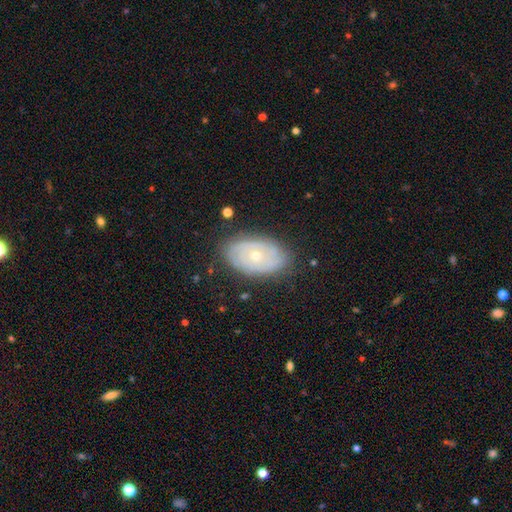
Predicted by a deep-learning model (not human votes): This is likely a featured or disk galaxy (71%). It is clearly not viewed edge-on (94%). Bar: clearly no (85%). Spiral arm pattern: likely yes (75%). Spiral arm count: possibly can't tell (50%). Spiral winding: likely tight (77%). Central bulge: possibly small (54%). Merging: clearly none (80%).